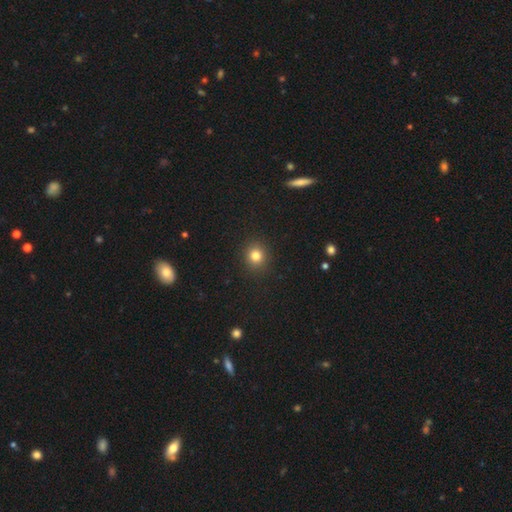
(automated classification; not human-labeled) Smooth or featured?
  - smooth: 81% *
  - star or artifact: 13%
  - featured or disk: 6%
How rounded?
  - round: 84% *
  - in between: 15%
  - cigar-shaped: 1%
Merging?
  - none: 91% *
  - minor disturbance: 6%
  - major disturbance: 2%
  - merger: 1%